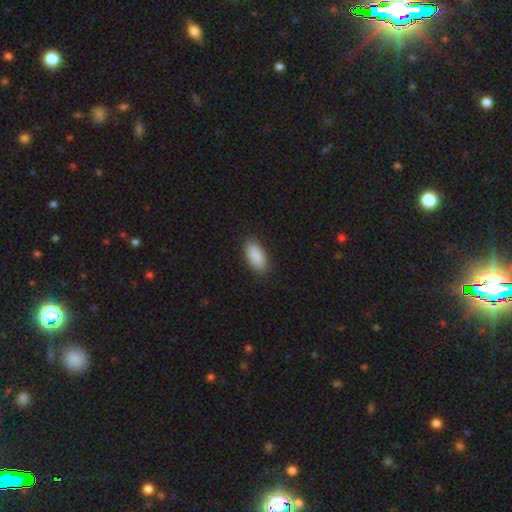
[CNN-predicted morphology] Smooth or featured? Predicted: smooth (p=0.90). How rounded? Predicted: in between (p=0.90). Merging? Predicted: none (p=0.87).